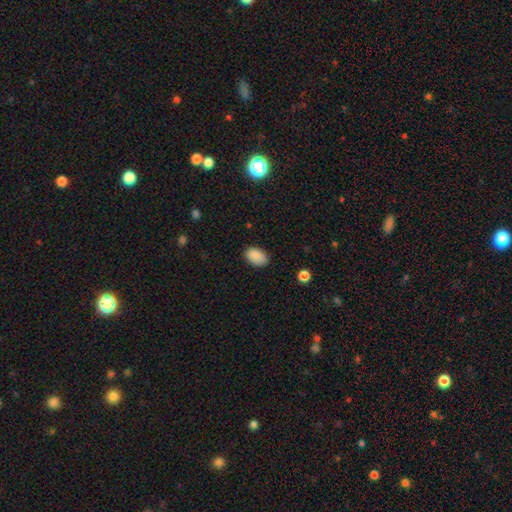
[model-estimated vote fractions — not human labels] The model was most divided on "merging": none: 84%, minor disturbance: 13%, major disturbance: 3%, merger: 1%. More confident: how rounded — in between (89%); smooth or featured — smooth (89%).